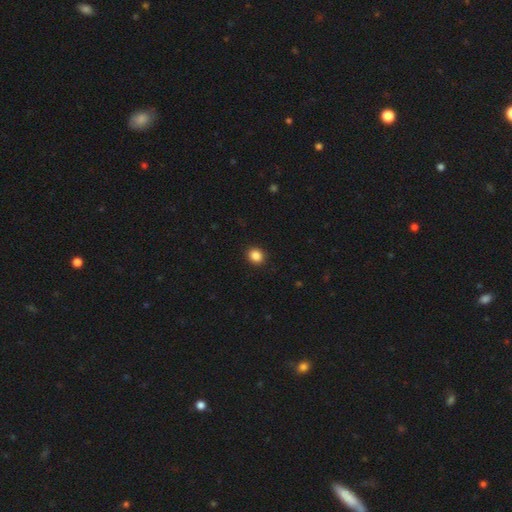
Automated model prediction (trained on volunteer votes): This is clearly a smooth galaxy (87%). How rounded: likely round (79%). Merging: clearly none (92%).